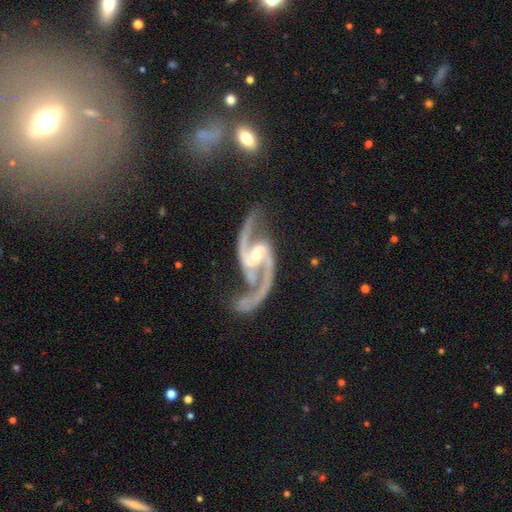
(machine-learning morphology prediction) A featured or disk galaxy (94%) with a weak bar (40%), 2 (94%) medium (48%) spiral arms (99%) and a small central bulge (55%). Merging: none (68%).